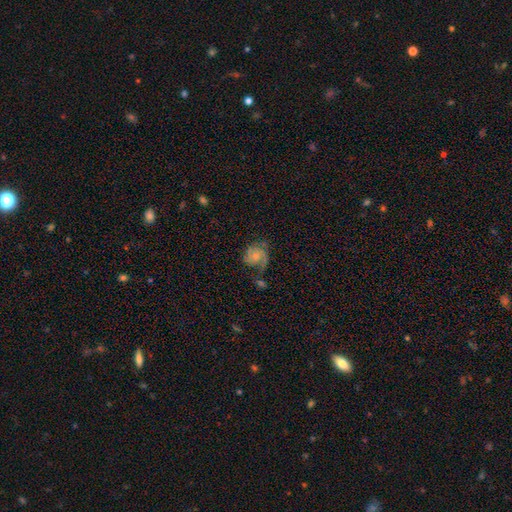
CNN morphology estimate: A featured or disk galaxy (66%) with no bar (73%), 2 (52%) medium (43%) spiral arms (91%) and a small central bulge (44%). Merging: none (45%).